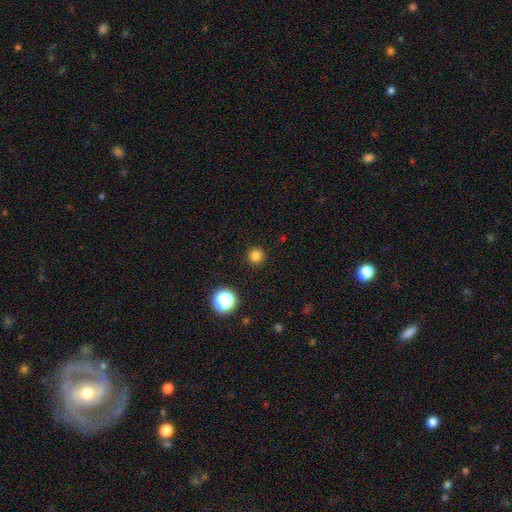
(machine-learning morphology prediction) Q: Smooth or featured?
A: smooth (81%); runner-up: star or artifact (15%)
Q: How rounded?
A: round (94%); runner-up: in between (5%)
Q: Merging?
A: none (91%); runner-up: minor disturbance (5%)